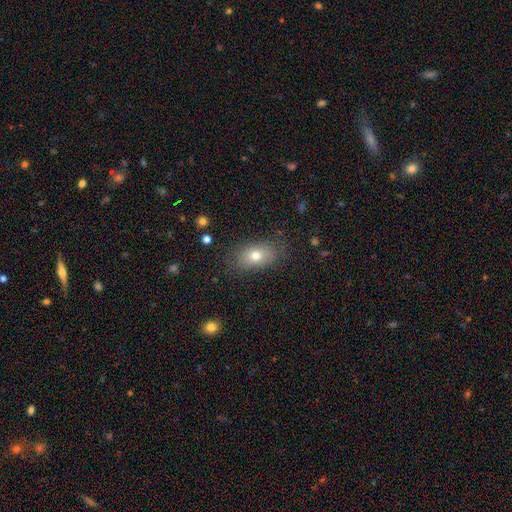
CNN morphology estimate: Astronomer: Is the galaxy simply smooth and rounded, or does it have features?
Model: smooth — 73%.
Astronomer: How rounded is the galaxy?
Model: in between — 83%.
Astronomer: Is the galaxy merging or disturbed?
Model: none — 79%.